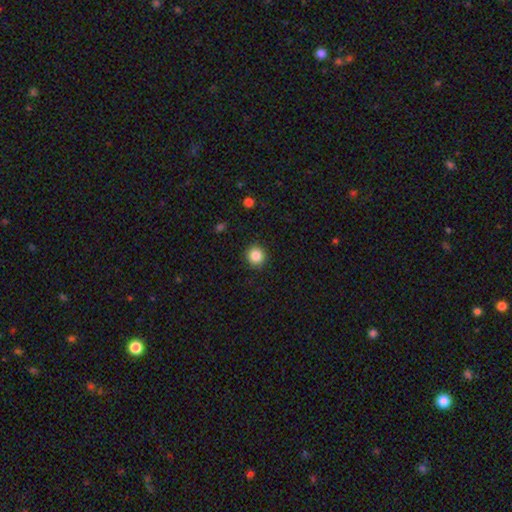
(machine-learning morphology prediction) Smooth or featured?
  - smooth: 86% *
  - star or artifact: 10%
  - featured or disk: 4%
How rounded?
  - round: 93% *
  - in between: 6%
  - cigar-shaped: 1%
Merging?
  - none: 91% *
  - minor disturbance: 6%
  - major disturbance: 2%
  - merger: 1%